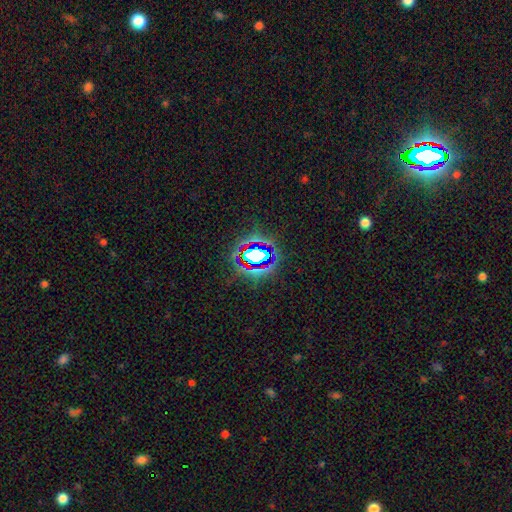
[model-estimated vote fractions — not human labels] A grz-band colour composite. It shows a star or artifact, not a galaxy (67%).